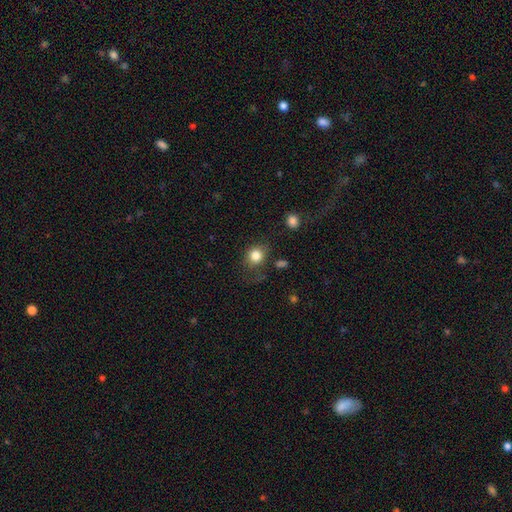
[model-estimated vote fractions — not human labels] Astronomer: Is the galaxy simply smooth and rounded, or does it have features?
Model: smooth — 82%.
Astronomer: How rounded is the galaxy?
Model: round — 72%.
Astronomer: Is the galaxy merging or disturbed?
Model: none — 67%.